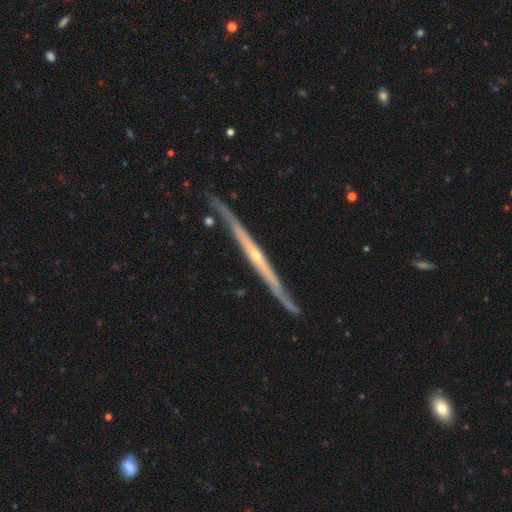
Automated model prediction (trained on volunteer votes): Smooth or featured? featured or disk (83%)
Edge-on disk? yes (97%)
Edge-on bulge? rounded (54%)
Merging? none (82%)